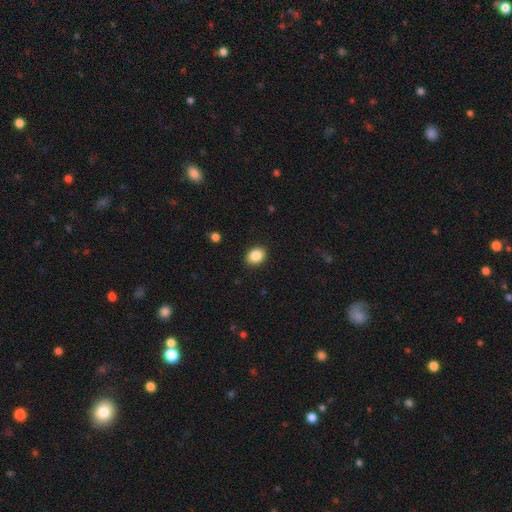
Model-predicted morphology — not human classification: This appears to be a smooth galaxy with no disk features (87%) that is in between round and cigar-shaped (58%). Merging: none (90%).